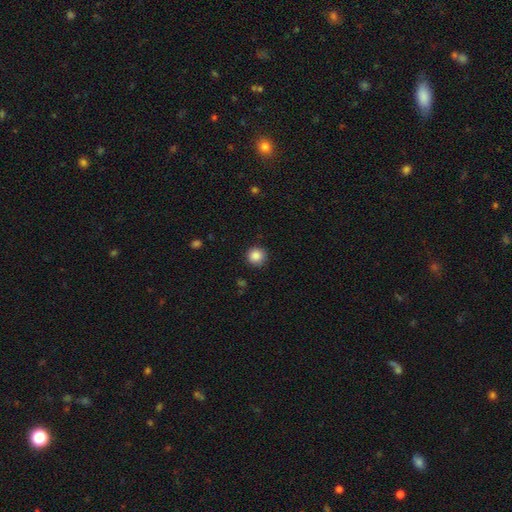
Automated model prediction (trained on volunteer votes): smooth 87%, star or artifact 10%, featured or disk 3%. Down the decision tree: how rounded — round (94%); merging — none (89%).